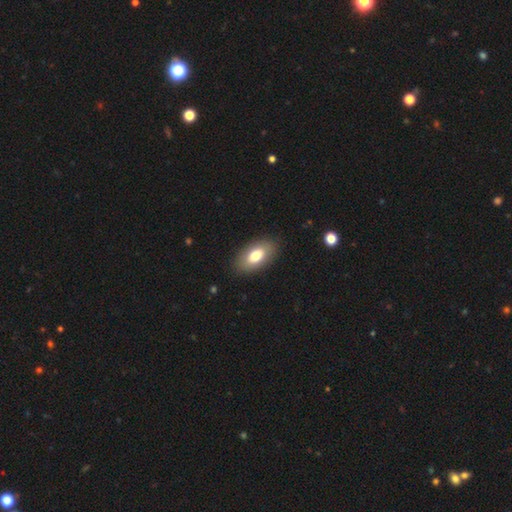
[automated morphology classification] smooth_or_featured: smooth (p=0.75) [alt: featured or disk p=0.18]
how_rounded: in between (p=0.93) [alt: round p=0.04]
merging: none (p=0.87) [alt: minor disturbance p=0.09]